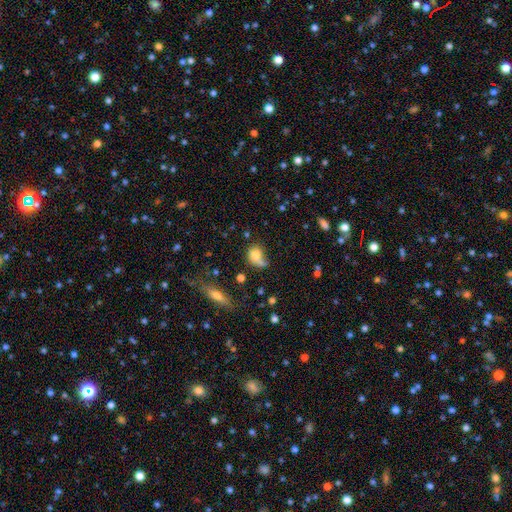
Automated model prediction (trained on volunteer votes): The model was most divided on "how rounded": round: 51%, in between: 46%, cigar-shaped: 3%. Remaining: smooth or featured — smooth (75%); merging — none (38%).